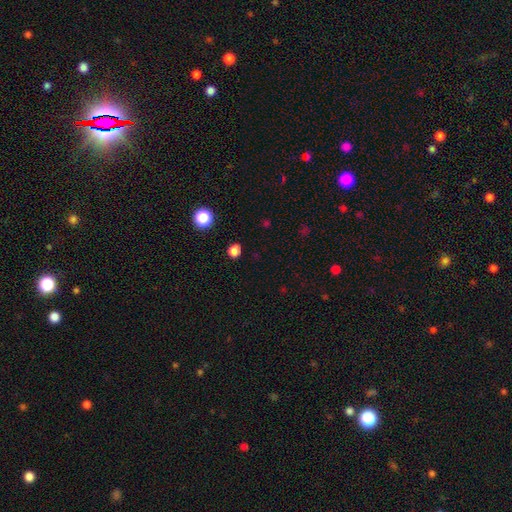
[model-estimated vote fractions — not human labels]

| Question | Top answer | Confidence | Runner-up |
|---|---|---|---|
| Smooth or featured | smooth | 76% | star or artifact (20%) |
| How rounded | round | 75% | in between (24%) |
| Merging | none | 88% | minor disturbance (8%) |